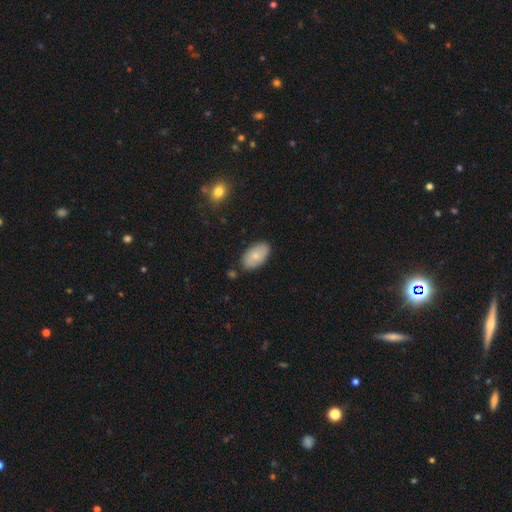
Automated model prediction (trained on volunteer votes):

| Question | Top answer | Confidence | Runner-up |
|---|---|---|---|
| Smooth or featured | smooth | 74% | featured or disk (20%) |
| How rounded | in between | 94% | round (4%) |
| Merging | none | 82% | minor disturbance (13%) |